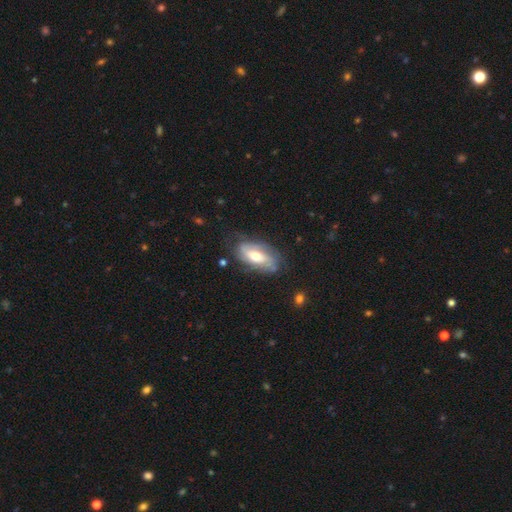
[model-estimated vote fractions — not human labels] featured or disk 60%, smooth 33%, star or artifact 7%. Down the decision tree: edge-on disk — no (88%); bar — no (51%); spiral arms — yes (80%); bulge size — moderate (67%); merging — none (66%).